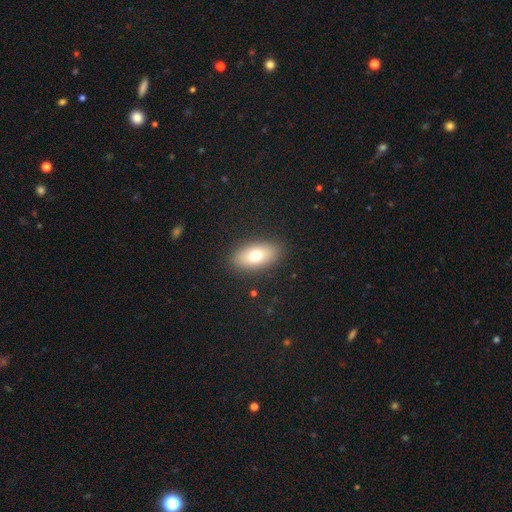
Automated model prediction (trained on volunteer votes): A smooth galaxy with no disk features (71%) that is in between round and cigar-shaped (88%). Merging: none (88%).